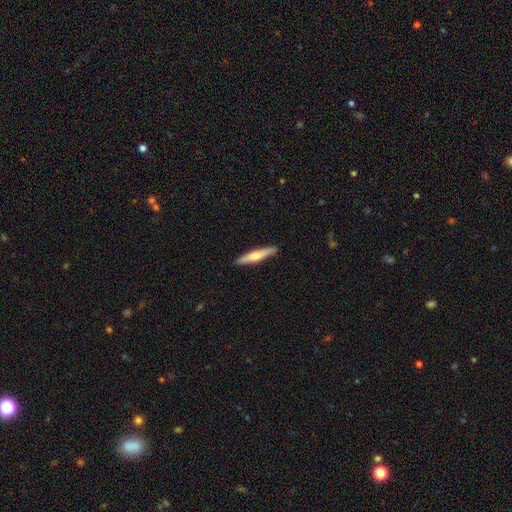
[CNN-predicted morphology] smooth-or-featured: smooth: 55% | featured or disk: 40% | star or artifact: 5%
  how-rounded: cigar-shaped: 89% | in between: 9% | round: 1%
  merging: none: 89% | minor disturbance: 8% | major disturbance: 2% | merger: 1%